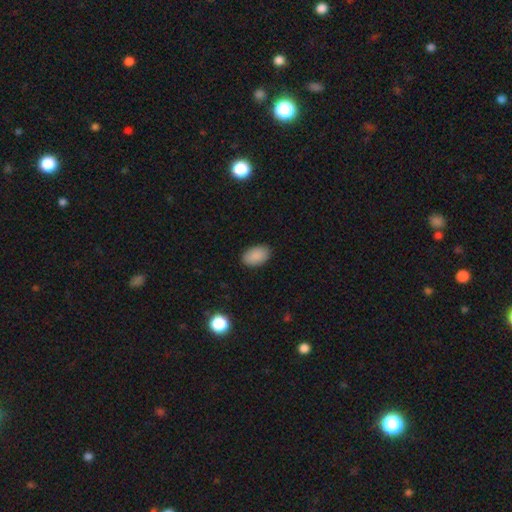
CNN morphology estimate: Smooth or featured?
  - smooth: 89% *
  - star or artifact: 8%
  - featured or disk: 3%
How rounded?
  - in between: 92% *
  - round: 7%
  - cigar-shaped: 1%
Merging?
  - none: 87% *
  - minor disturbance: 10%
  - major disturbance: 2%
  - merger: 1%